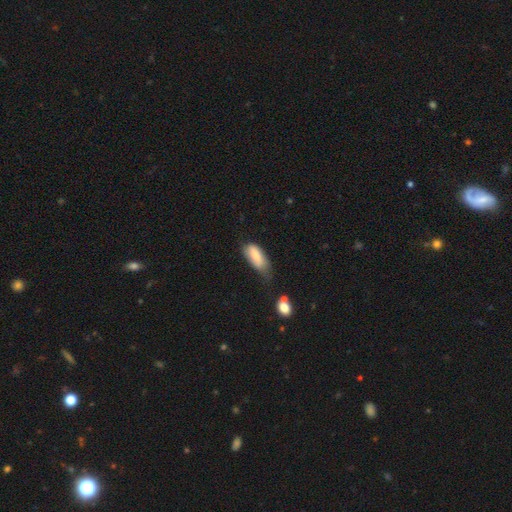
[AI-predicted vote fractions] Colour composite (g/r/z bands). It shows a smooth galaxy with no disk features (80%) that is in between round and cigar-shaped (83%). Merging: minor disturbance (45%).